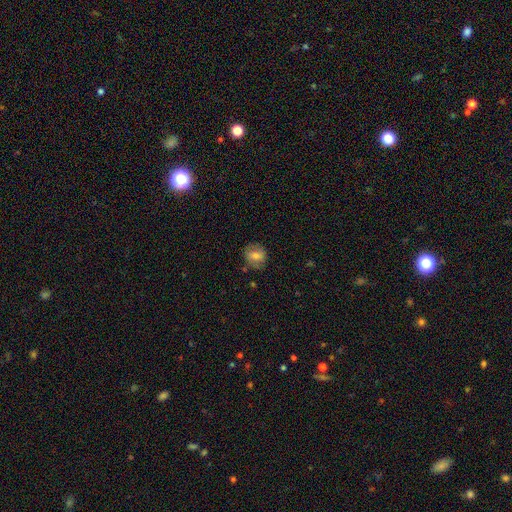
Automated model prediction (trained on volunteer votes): This is likely a smooth galaxy (64%). How rounded: likely round (71%). Merging: likely none (76%).